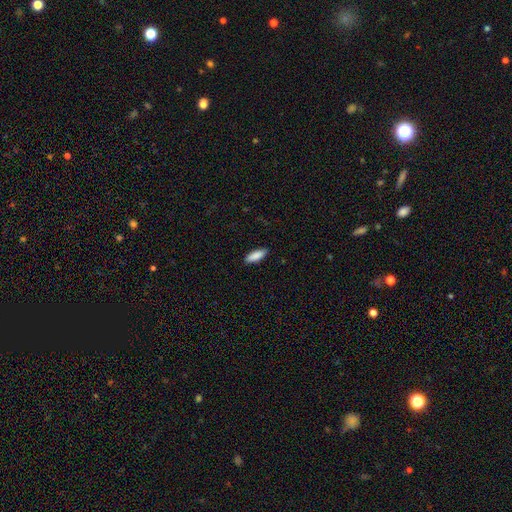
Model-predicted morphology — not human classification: Smooth or featured: smooth — 88% (featured or disk — 6%)
How rounded: in between — 59% (cigar-shaped — 39%)
Merging: none — 88% (minor disturbance — 9%)